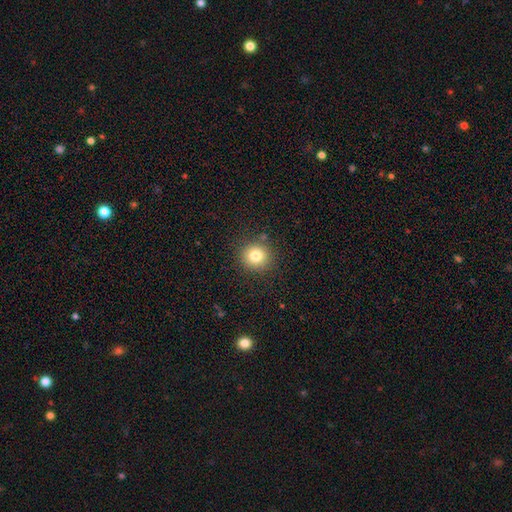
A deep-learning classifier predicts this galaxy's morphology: This is likely a smooth galaxy (79%). How rounded: clearly round (92%). Merging: clearly none (88%).